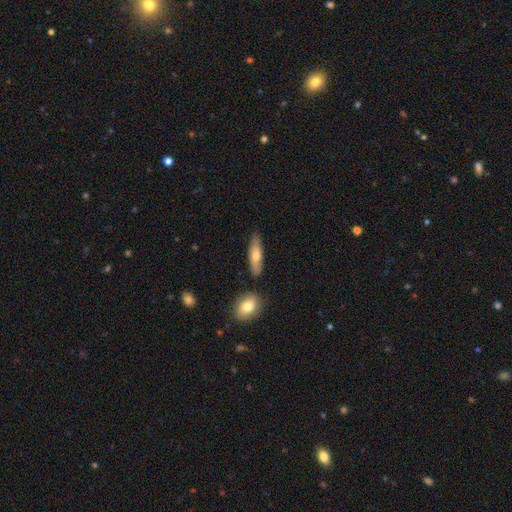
Volunteers were most divided on "how rounded": cigar-shaped: 66%, in between: 34%, round: 0%. More confident: merging — none (81%); smooth or featured — smooth (80%).